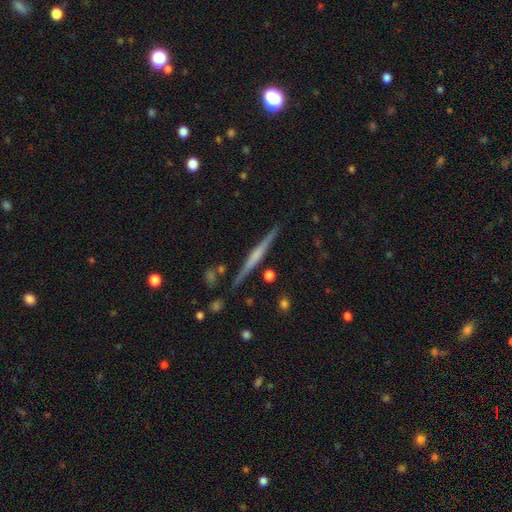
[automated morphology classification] smooth-or-featured: featured or disk: 69% | smooth: 24% | star or artifact: 6%
  disk-edge-on: yes: 98% | no: 2%
    edge-on-bulge: none: 42% | rounded: 41% | boxy: 17%
  merging: none: 89% | minor disturbance: 8% | merger: 2% | major disturbance: 2%